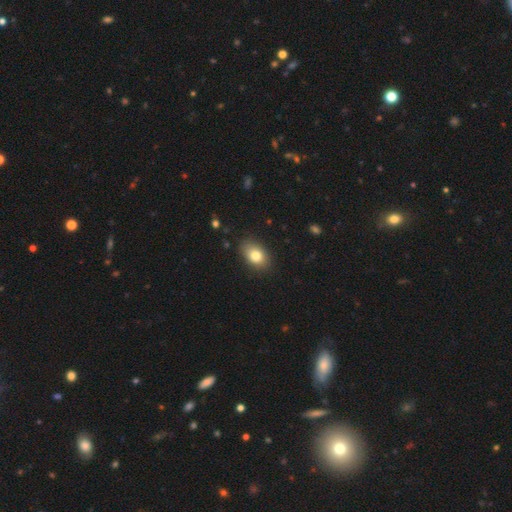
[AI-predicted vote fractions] Morphology: type=smooth (81%); roundness=in between (83%); merging=none (83%).